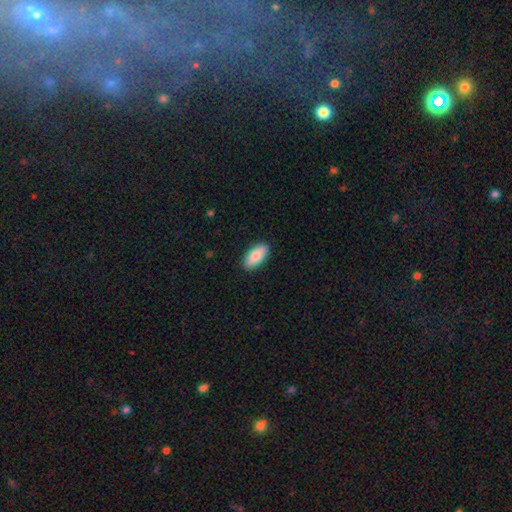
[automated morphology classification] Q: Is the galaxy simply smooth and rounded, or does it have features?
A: smooth — 84%.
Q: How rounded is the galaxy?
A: in between — 91%.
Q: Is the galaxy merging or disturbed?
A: none — 89%.